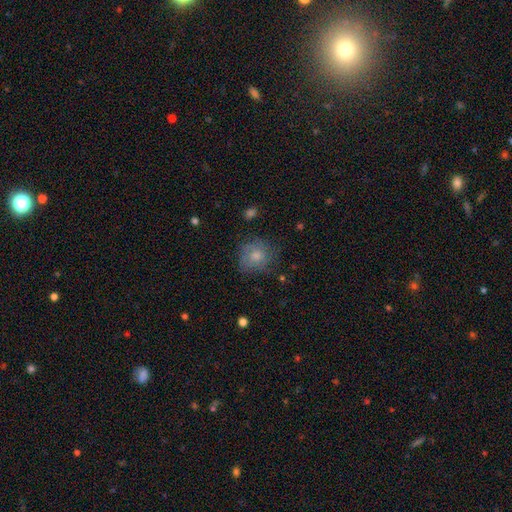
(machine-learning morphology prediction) This is likely a smooth galaxy (67%). How rounded: clearly round (80%). Merging: likely none (67%).